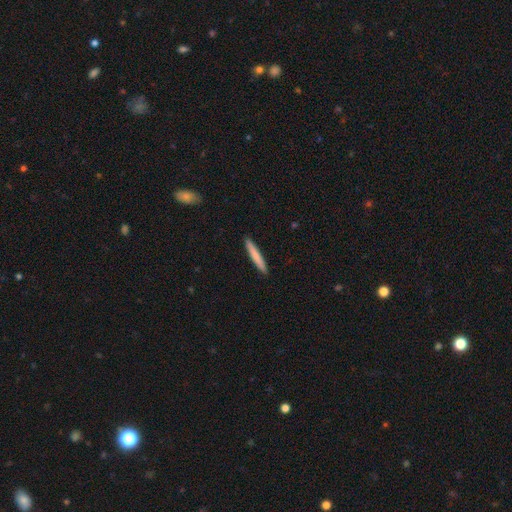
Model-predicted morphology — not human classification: Smooth or featured? Predicted: smooth (p=0.77). How rounded? Predicted: cigar-shaped (p=0.96). Merging? Predicted: none (p=0.93).